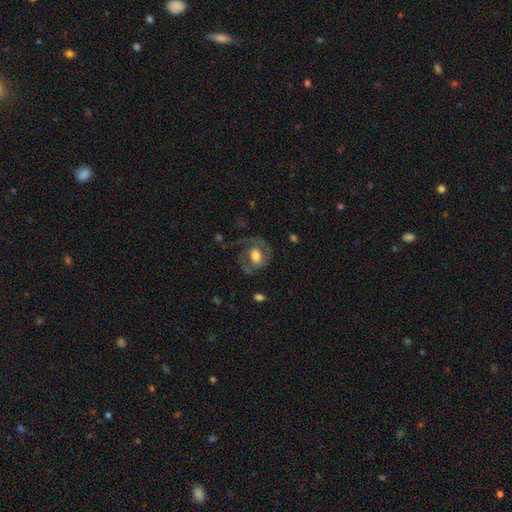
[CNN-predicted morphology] This appears to be a featured or disk galaxy (64%) with no bar (57%), spiral arms (75%) and a moderate central bulge (55%). Merging: none (55%).